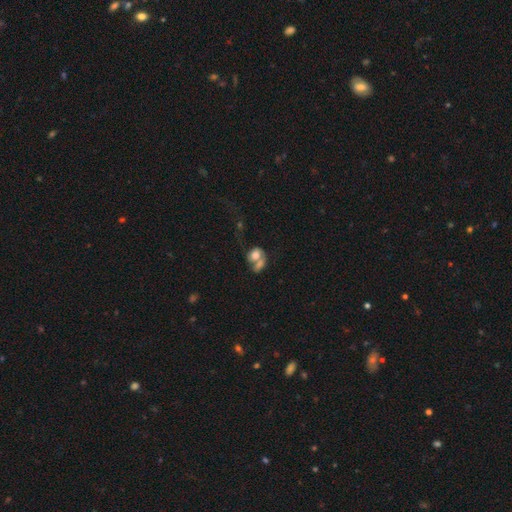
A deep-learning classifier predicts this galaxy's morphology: smooth 65%, featured or disk 25%, star or artifact 10%. Down the decision tree: how rounded — in between (59%); merging — merger (65%).